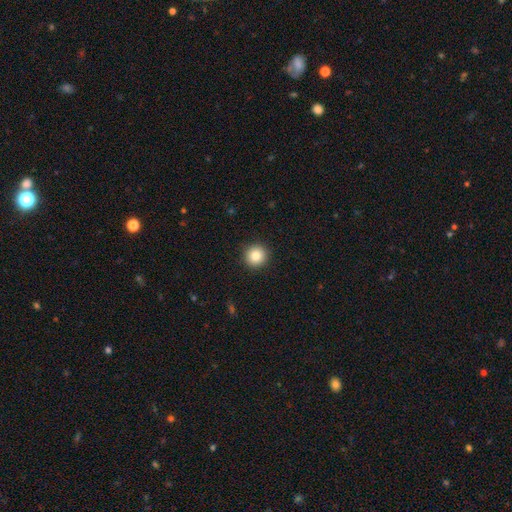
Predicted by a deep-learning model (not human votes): smooth_or_featured: smooth (p=0.84) [alt: star or artifact p=0.09]
how_rounded: round (p=0.95) [alt: in between p=0.04]
merging: none (p=0.92) [alt: minor disturbance p=0.05]